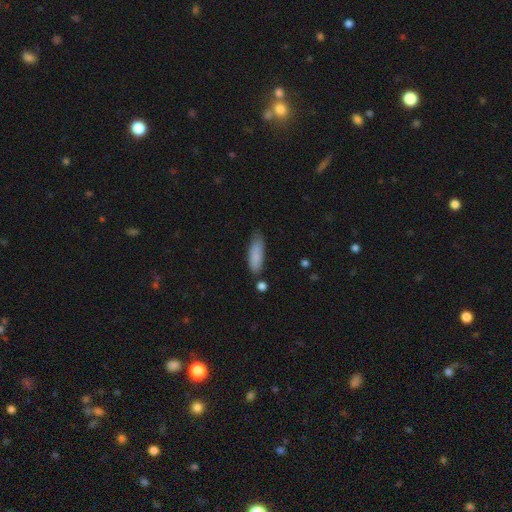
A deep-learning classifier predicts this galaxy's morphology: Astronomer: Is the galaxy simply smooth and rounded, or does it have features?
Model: smooth — 85%.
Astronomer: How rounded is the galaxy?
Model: in between — 58% (runner-up: cigar-shaped, 40%).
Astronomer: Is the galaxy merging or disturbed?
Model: none — 64%.